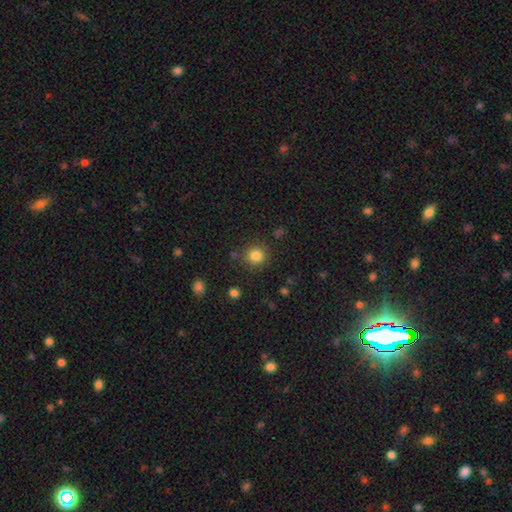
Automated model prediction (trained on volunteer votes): Smooth or featured?
  - smooth: 83% *
  - star or artifact: 12%
  - featured or disk: 5%
How rounded?
  - round: 92% *
  - in between: 7%
  - cigar-shaped: 1%
Merging?
  - none: 86% *
  - minor disturbance: 8%
  - merger: 3%
  - major disturbance: 3%